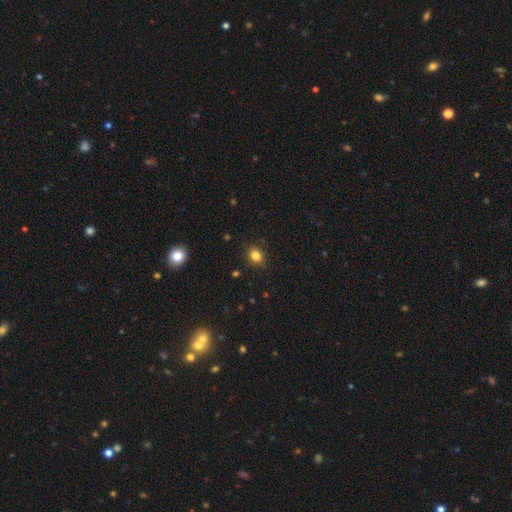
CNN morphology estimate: Smooth or featured? Predicted: smooth (p=0.83). How rounded? Predicted: round (p=0.57). Merging? Predicted: none (p=0.86).